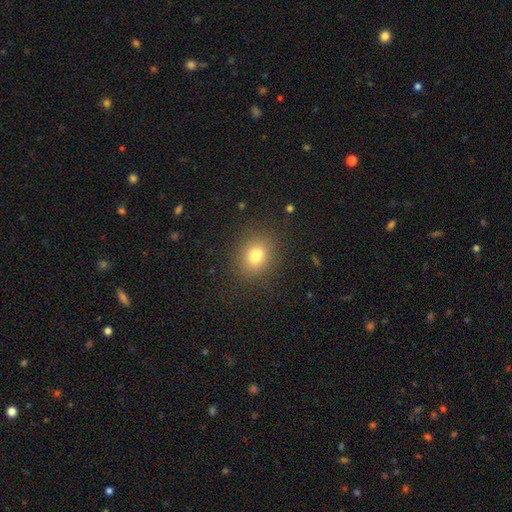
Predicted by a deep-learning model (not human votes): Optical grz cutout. It shows a smooth galaxy with no disk features (78%) that is round (58%). Merging: none (86%).